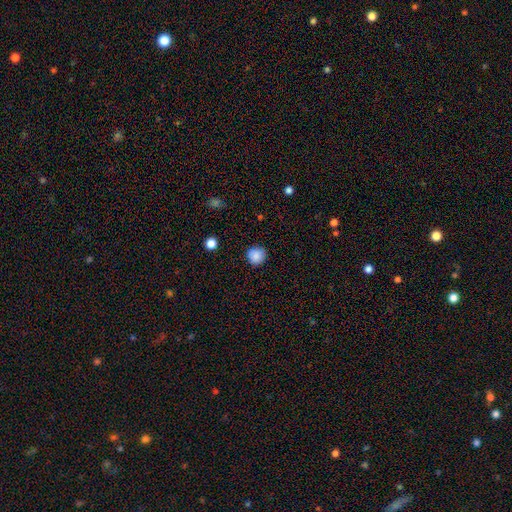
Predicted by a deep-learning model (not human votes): This is clearly a smooth galaxy (86%). How rounded: clearly round (92%). Merging: clearly none (86%).